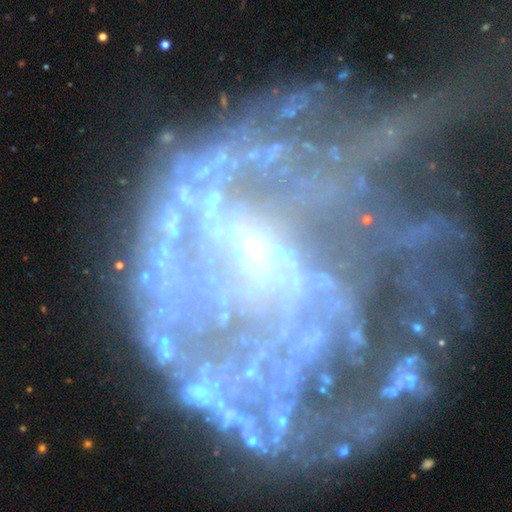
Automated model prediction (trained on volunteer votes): smooth-or-featured: featured or disk: 85% | star or artifact: 10% | smooth: 5%
  disk-edge-on: no: 97% | yes: 3%
    bar: no: 42% | weak: 39% | strong: 19%
    has-spiral-arms: yes: 87% | no: 13%
      spiral-winding: medium: 41% | loose: 30% | tight: 29%
      spiral-arm-count: 2: 27% (tied) | can't tell: 27% (tied) | 3: 16% | 4: 11% | more than 4: 10% | 1: 10%
    bulge-size: small: 56% | moderate: 33% | none: 7% | large: 3% | dominant: 2%
  merging: major disturbance: 37% | none: 35% | minor disturbance: 17% | merger: 10%